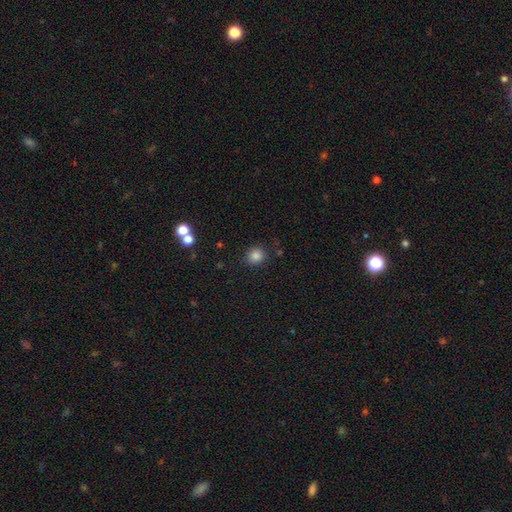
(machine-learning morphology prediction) smooth_or_featured: smooth (p=0.84) [alt: star or artifact p=0.12]
how_rounded: round (p=0.82) [alt: in between p=0.17]
merging: none (p=0.86) [alt: minor disturbance p=0.08]